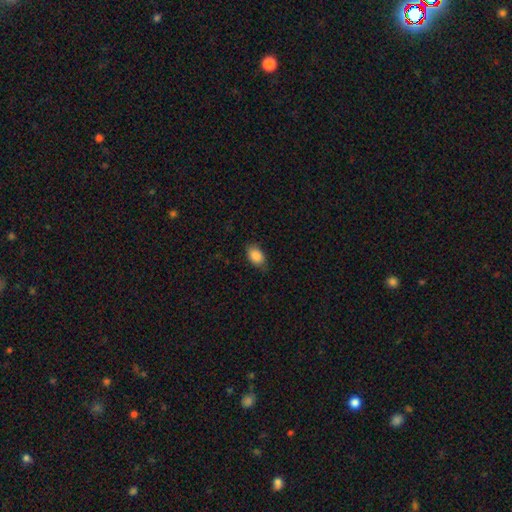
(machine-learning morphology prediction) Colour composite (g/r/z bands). It shows a smooth galaxy with no disk features (88%) that is in between round and cigar-shaped (88%). Merging: none (80%).